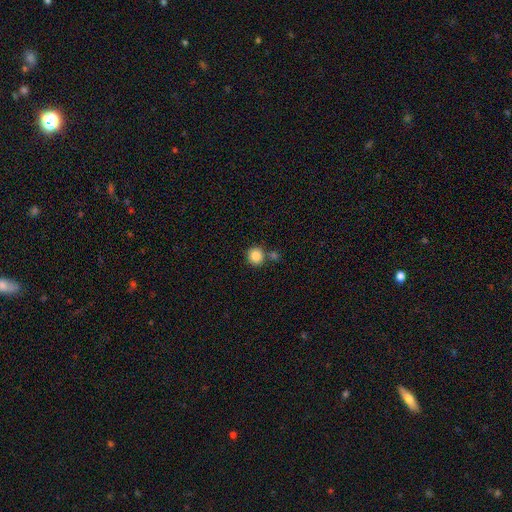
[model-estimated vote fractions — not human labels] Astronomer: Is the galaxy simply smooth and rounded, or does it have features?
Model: smooth — 85%.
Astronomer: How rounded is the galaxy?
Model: round — 92%.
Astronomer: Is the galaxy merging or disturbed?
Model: none — 72%.